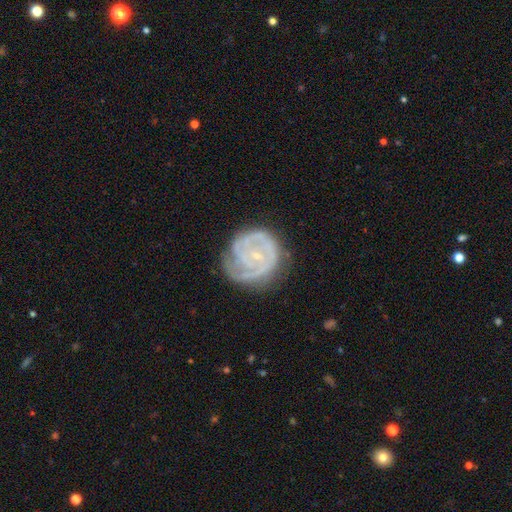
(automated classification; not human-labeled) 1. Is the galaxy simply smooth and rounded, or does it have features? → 83% featured or disk, 11% smooth, 6% star or artifact.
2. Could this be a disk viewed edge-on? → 98% no, 2% yes.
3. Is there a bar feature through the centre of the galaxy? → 67% no, 26% weak, 7% strong.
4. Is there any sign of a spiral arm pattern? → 94% yes, 6% no.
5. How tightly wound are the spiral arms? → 68% tight, 26% medium, 6% loose.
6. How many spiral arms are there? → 27% 2, 26% can't tell, 26% 3, 8% 1, 8% 4, 5% more than 4.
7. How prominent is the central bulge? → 82% small, 12% moderate, 4% none, 1% large, 1% dominant.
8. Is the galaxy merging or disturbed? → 65% none, 22% minor disturbance, 11% major disturbance, 2% merger.